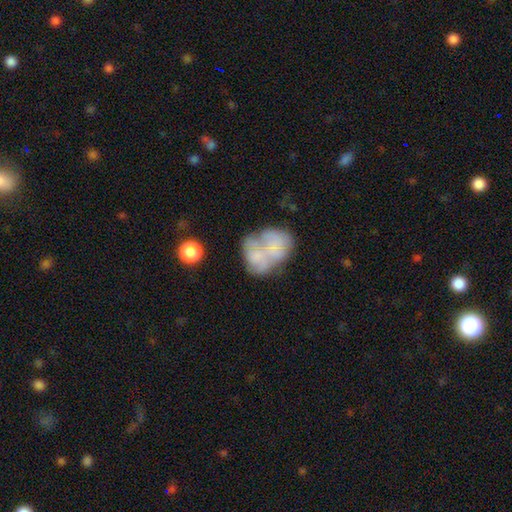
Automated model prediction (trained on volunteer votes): smooth 53%, featured or disk 36%, star or artifact 12%. Down the decision tree: how rounded — in between (58%); merging — merger (42%).